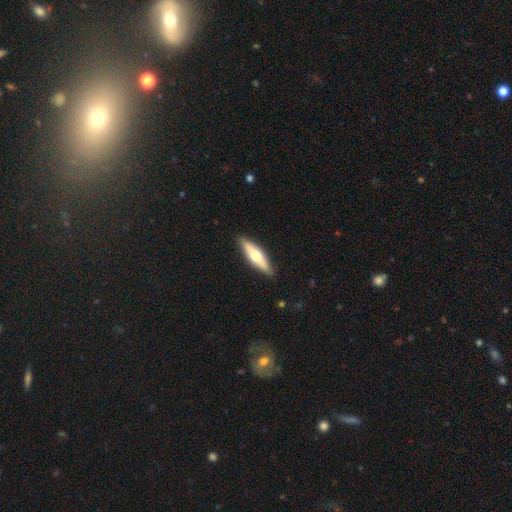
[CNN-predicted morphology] A smooth galaxy with no disk features (50%) that is cigar-shaped (61%).

Vote fractions:
- Smooth or featured? smooth: 50% / featured or disk: 44% / star or artifact: 5%
- How rounded? cigar-shaped: 61% / in between: 37% / round: 2%
- Merging? none: 88% / minor disturbance: 9% / major disturbance: 2% / merger: 1%